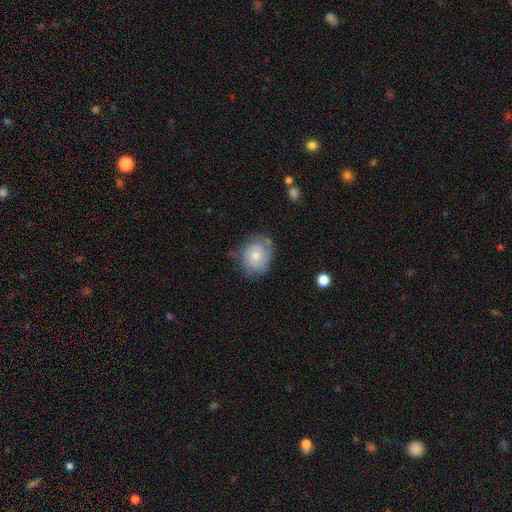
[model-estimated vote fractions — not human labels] smooth 48%, featured or disk 44%, star or artifact 7%. Down the decision tree: merging — none (61%).